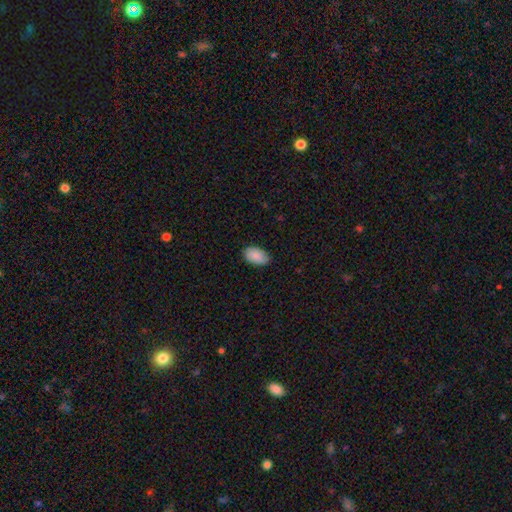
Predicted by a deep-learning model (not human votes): This is clearly a smooth galaxy (89%). How rounded: clearly in between (94%). Merging: clearly none (84%).